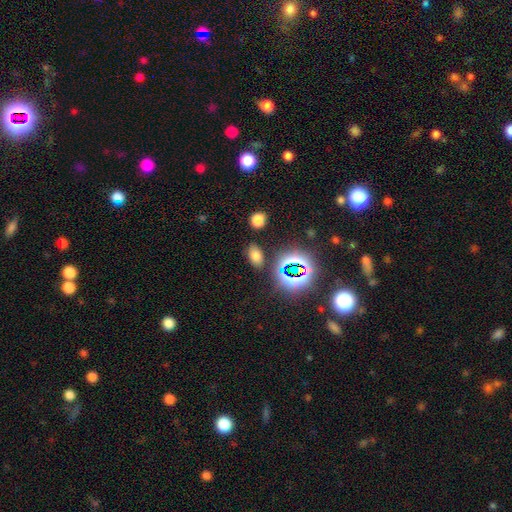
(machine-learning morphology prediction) Smooth or featured?
  - smooth: 67% *
  - star or artifact: 26%
  - featured or disk: 7%
How rounded?
  - in between: 89% *
  - round: 9%
  - cigar-shaped: 2%
Merging?
  - none: 83% *
  - minor disturbance: 10%
  - merger: 4%
  - major disturbance: 3%